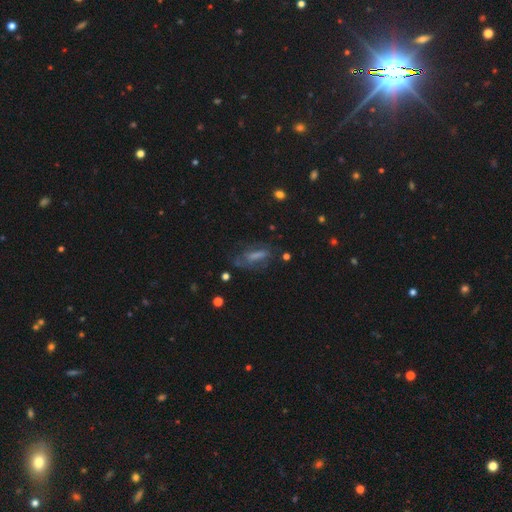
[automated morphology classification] Smooth or featured? smooth (42%)
Merging? none (59%)